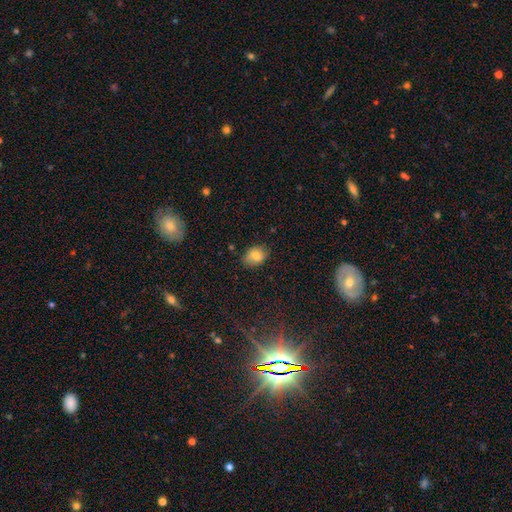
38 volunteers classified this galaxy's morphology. type=smooth (79%); roundness=in between (73%); merging=none (80%).